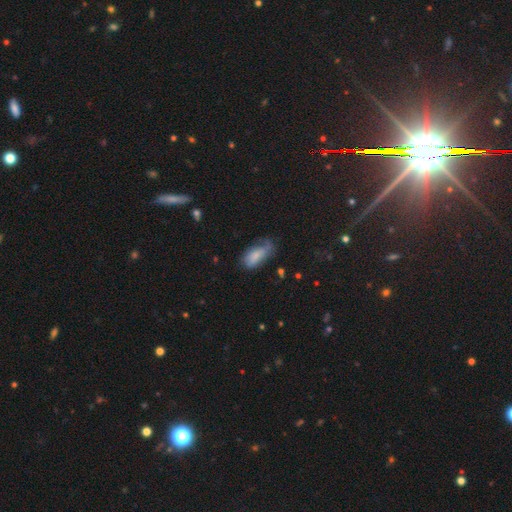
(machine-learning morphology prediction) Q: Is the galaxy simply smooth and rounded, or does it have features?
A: smooth — 69%.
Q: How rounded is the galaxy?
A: in between — 88%.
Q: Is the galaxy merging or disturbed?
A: none — 40%.